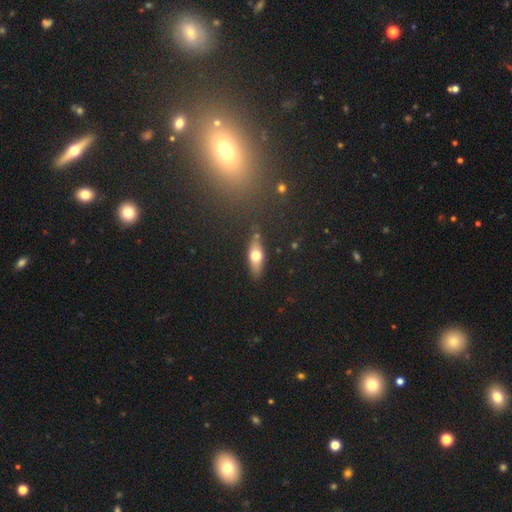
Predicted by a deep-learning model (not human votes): Smooth or featured? smooth (63%)
How rounded? in between (65%)
Merging? none (84%)